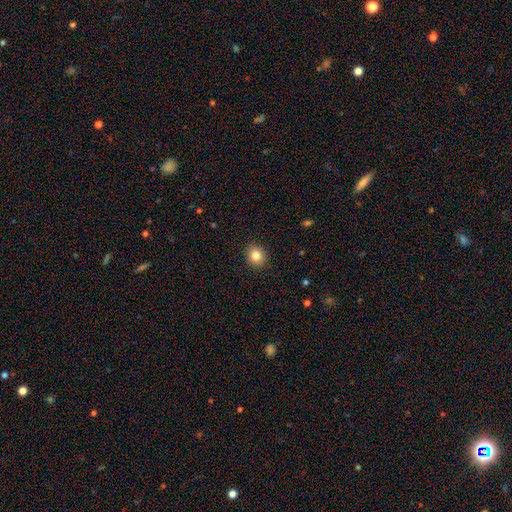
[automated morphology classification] Smooth or featured? smooth (83%)
How rounded? round (78%)
Merging? none (91%)